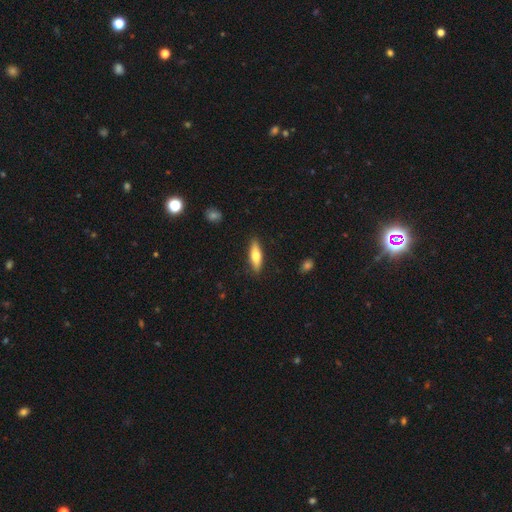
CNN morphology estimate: Smooth or featured? Predicted: smooth (p=0.62). How rounded? Predicted: cigar-shaped (p=0.58). Merging? Predicted: none (p=0.88).